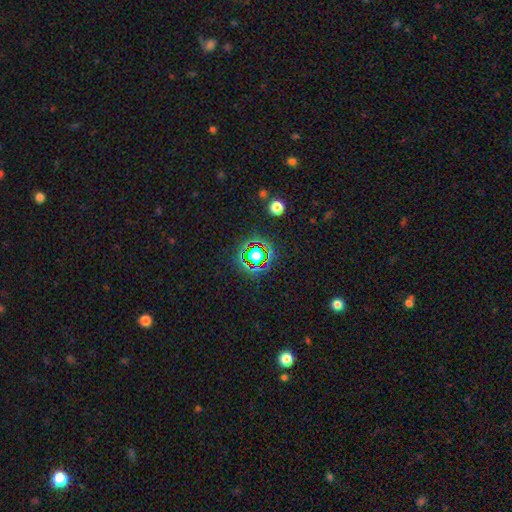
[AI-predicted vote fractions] This appears to be a star or artifact, not a galaxy (63%).